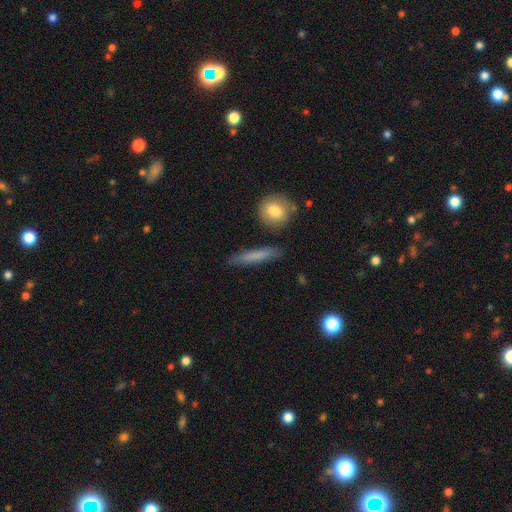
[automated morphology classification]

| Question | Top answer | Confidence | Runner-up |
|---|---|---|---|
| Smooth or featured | smooth | 73% | featured or disk (20%) |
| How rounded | cigar-shaped | 86% | in between (10%) |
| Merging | none | 86% | minor disturbance (10%) |